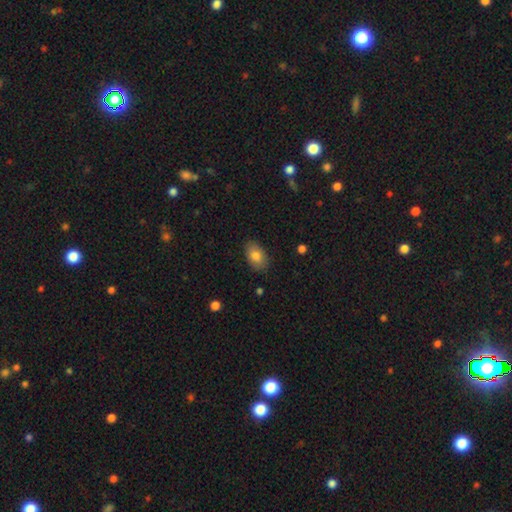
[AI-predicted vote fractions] A smooth galaxy with no disk features (82%) that is in between round and cigar-shaped (90%). Merging: none (85%).